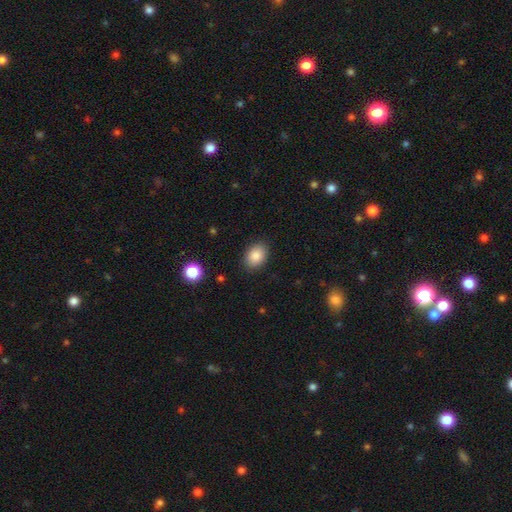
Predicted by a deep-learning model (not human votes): smooth_or_featured: smooth (p=0.85) [alt: star or artifact p=0.08]
how_rounded: in between (p=0.75) [alt: round p=0.24]
merging: none (p=0.87) [alt: minor disturbance p=0.09]